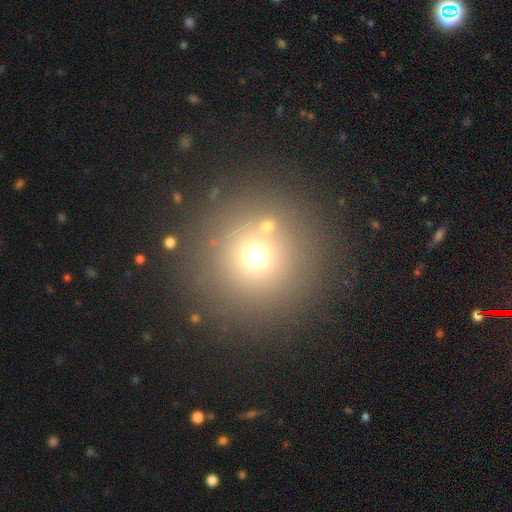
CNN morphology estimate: Smooth or featured: smooth — 66% (star or artifact — 24%)
How rounded: round — 96% (in between — 3%)
Merging: none — 85% (minor disturbance — 6%)